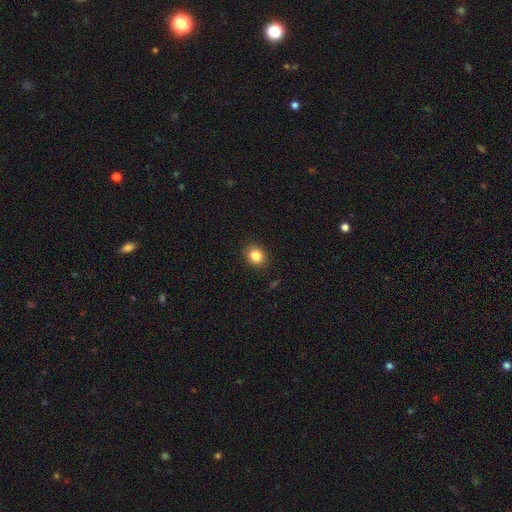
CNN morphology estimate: smooth-or-featured: smooth: 84% | star or artifact: 10% | featured or disk: 6%
  how-rounded: round: 64% | in between: 35% | cigar-shaped: 1%
  merging: none: 90% | minor disturbance: 7% | major disturbance: 2% | merger: 1%